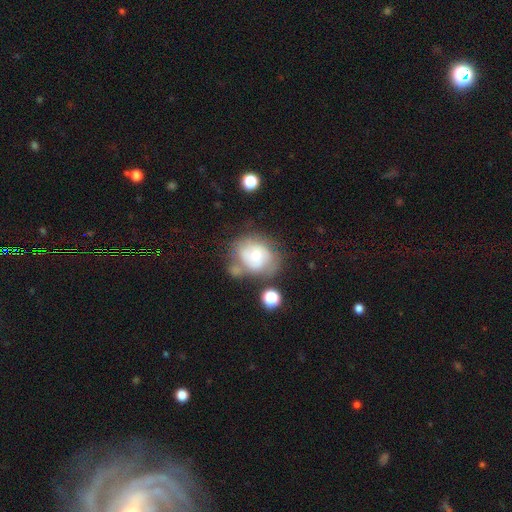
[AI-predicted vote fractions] Smooth or featured? Predicted: featured or disk (p=0.54). Edge-on disk? Predicted: no (p=0.97). Bar? Predicted: no (p=0.76). Spiral arms? Predicted: yes (p=0.63). Bulge size? Predicted: moderate (p=0.55). Merging? Predicted: none (p=0.42).